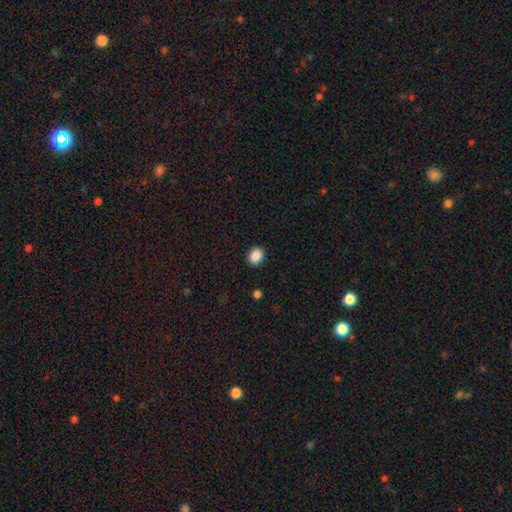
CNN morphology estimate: Smooth or featured? Predicted: smooth (p=0.88). How rounded? Predicted: round (p=0.53). Merging? Predicted: none (p=0.90).